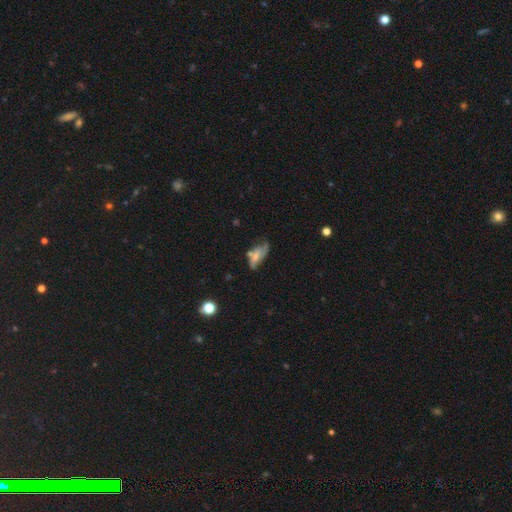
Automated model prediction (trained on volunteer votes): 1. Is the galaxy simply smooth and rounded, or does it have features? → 48% featured or disk, 41% smooth, 11% star or artifact.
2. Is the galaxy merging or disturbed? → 34% none, 25% minor disturbance, 25% major disturbance, 17% merger.